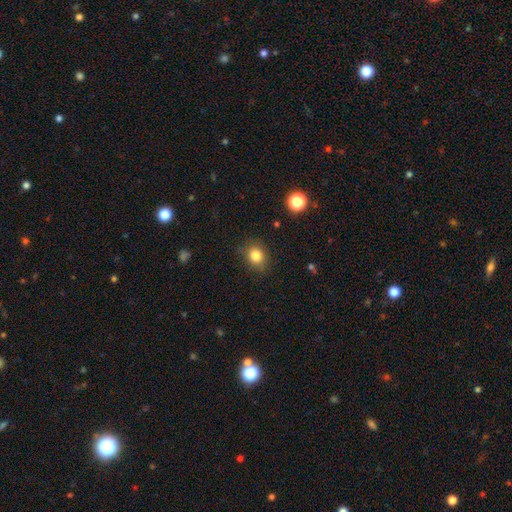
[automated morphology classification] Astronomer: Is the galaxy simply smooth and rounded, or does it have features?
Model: smooth — 83%.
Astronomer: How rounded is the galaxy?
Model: round — 62%.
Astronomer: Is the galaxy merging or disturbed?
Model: none — 82%.